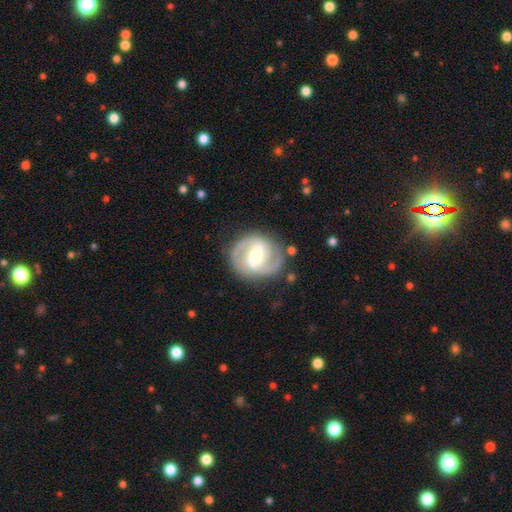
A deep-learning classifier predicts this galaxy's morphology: The model was most divided on "bar": strong: 46%, weak: 41%, no: 13%. More confident: edge-on disk — no (97%); spiral arms — yes (94%); spiral arm count — 2 (89%); smooth or featured — featured or disk (85%); merging — none (81%); bulge size — moderate (57%); spiral winding — medium (52%).